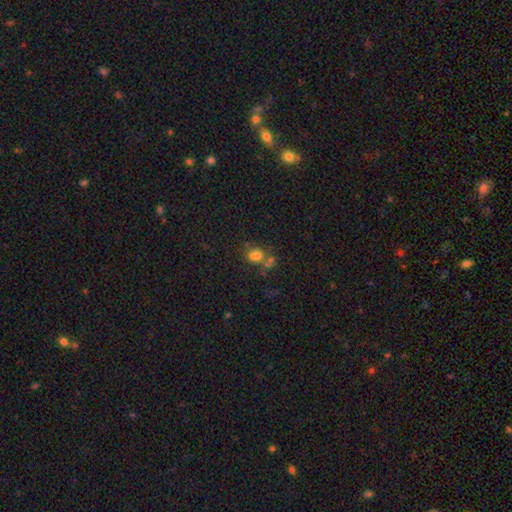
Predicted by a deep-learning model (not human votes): This is likely a smooth galaxy (63%). How rounded: likely round (63%). Merging: marginally merger (41%).